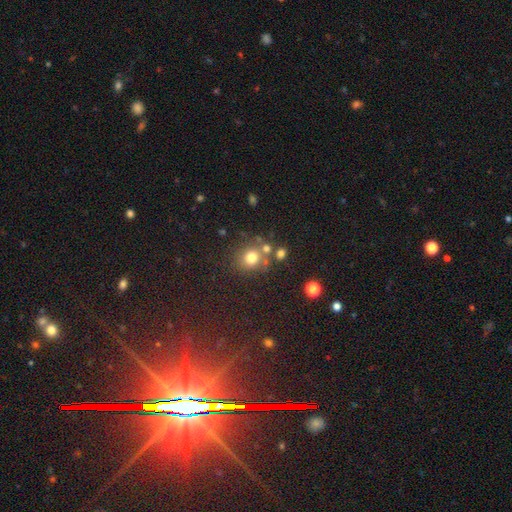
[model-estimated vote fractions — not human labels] Smooth or featured?
  - smooth: 69% *
  - star or artifact: 22%
  - featured or disk: 10%
How rounded?
  - round: 84% *
  - in between: 15%
  - cigar-shaped: 1%
Merging?
  - none: 70% *
  - merger: 15%
  - minor disturbance: 10%
  - major disturbance: 4%